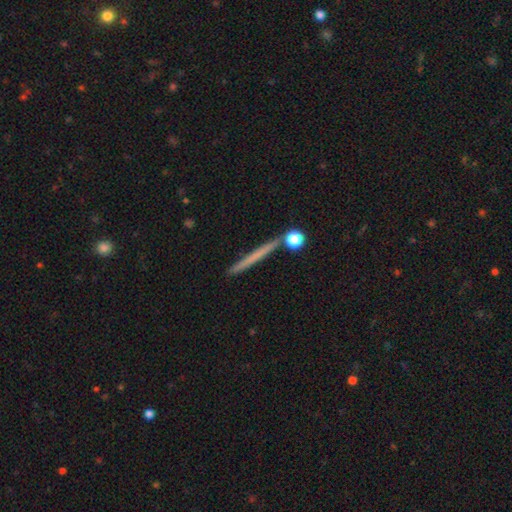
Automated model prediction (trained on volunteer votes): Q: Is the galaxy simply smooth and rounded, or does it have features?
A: smooth — 52%.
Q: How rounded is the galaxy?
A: cigar-shaped — 94%.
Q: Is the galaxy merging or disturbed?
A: none — 86%.